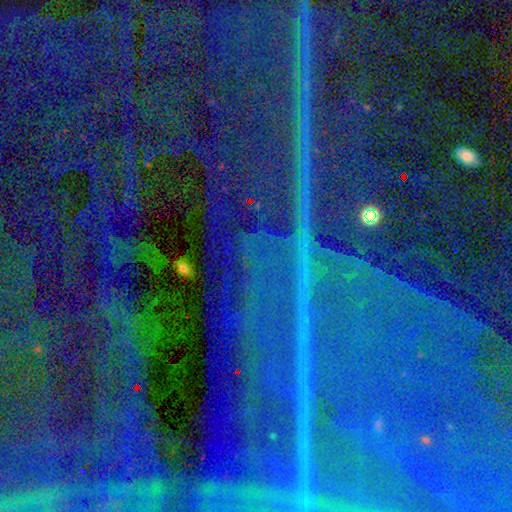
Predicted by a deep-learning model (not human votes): A star or artifact, not a galaxy (89%).